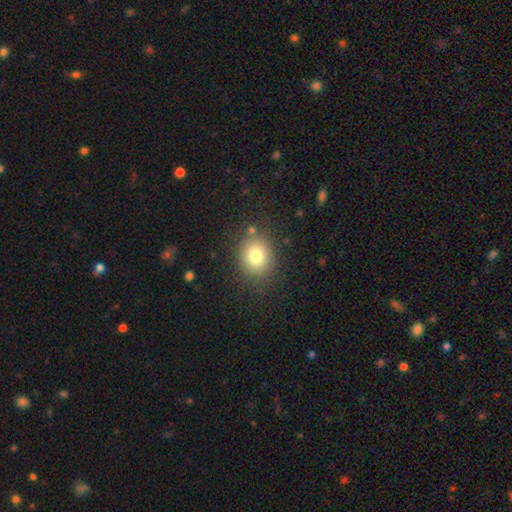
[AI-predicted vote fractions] Smooth or featured? Predicted: smooth (p=0.78). How rounded? Predicted: round (p=0.72). Merging? Predicted: none (p=0.84).